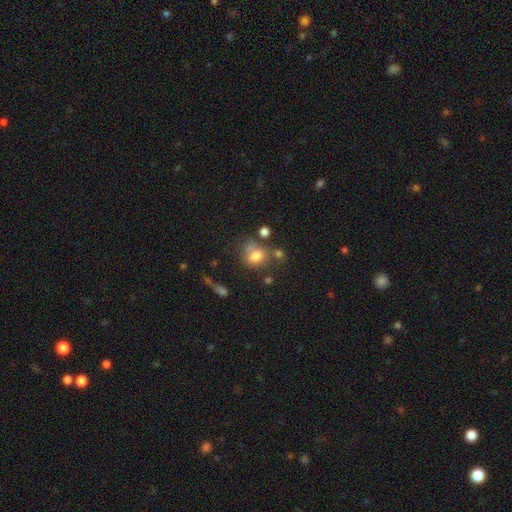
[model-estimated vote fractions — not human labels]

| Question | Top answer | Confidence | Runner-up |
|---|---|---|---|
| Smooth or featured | smooth | 74% | star or artifact (13%) |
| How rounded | round | 52% | in between (46%) |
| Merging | none | 45% | minor disturbance (21%) |